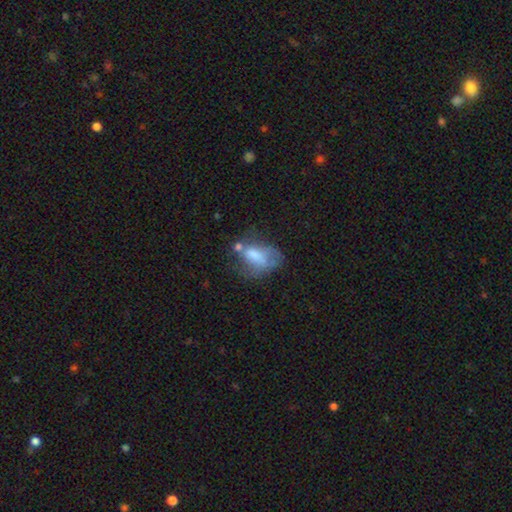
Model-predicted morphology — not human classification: This appears to be a smooth galaxy with no disk features (52%) that is in between round and cigar-shaped (83%). Merging: major disturbance (32%).